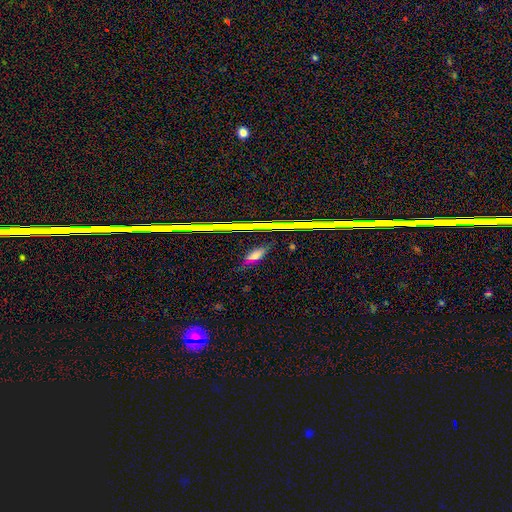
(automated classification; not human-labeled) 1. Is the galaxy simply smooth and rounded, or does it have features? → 62% smooth, 22% star or artifact, 16% featured or disk.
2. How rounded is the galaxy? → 74% in between, 20% cigar-shaped, 6% round.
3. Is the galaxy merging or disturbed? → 71% none, 21% minor disturbance, 6% major disturbance, 2% merger.